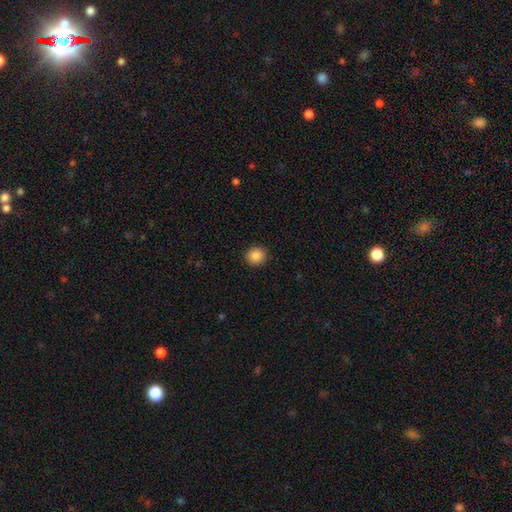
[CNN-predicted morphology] smooth 88%, star or artifact 9%, featured or disk 3%. Down the decision tree: how rounded — round (91%); merging — none (92%).